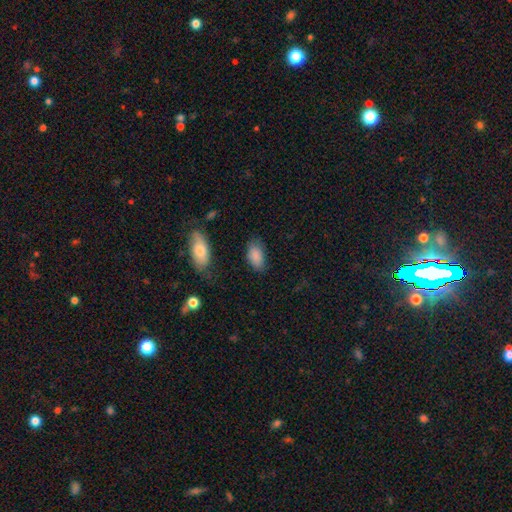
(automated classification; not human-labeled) The model was most divided on "merging": none: 74%, minor disturbance: 18%, major disturbance: 5%, merger: 3%. More confident: how rounded — in between (93%); smooth or featured — smooth (87%).